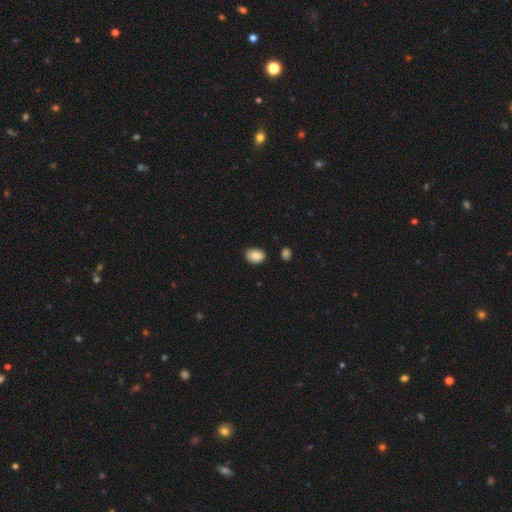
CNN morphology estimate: Smooth or featured?
  - smooth: 87% *
  - star or artifact: 8%
  - featured or disk: 5%
How rounded?
  - in between: 81% *
  - round: 18%
  - cigar-shaped: 1%
Merging?
  - none: 83% *
  - minor disturbance: 13%
  - major disturbance: 2%
  - merger: 2%